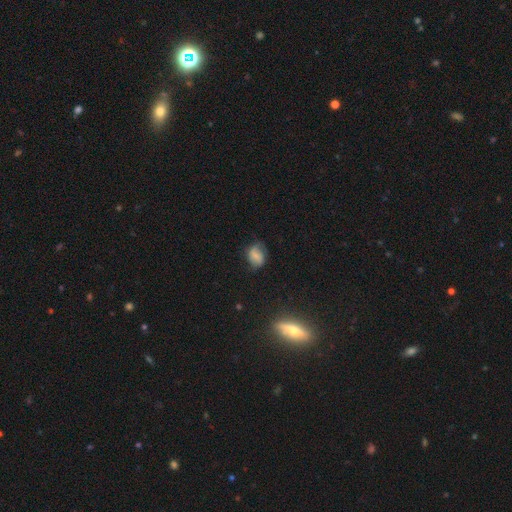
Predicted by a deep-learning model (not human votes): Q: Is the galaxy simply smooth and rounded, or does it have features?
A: smooth — 64%.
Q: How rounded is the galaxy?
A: in between — 66%.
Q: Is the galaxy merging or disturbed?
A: none — 59%.